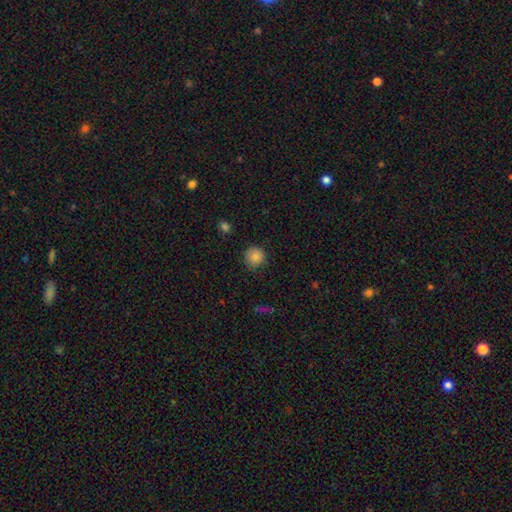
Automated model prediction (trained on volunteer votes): A smooth galaxy with no disk features (84%) that is round (93%).

Vote fractions:
- Smooth or featured? smooth: 84% / star or artifact: 10% / featured or disk: 5%
- How rounded? round: 93% / in between: 6% / cigar-shaped: 1%
- Merging? none: 84% / minor disturbance: 13% / major disturbance: 3% / merger: 1%